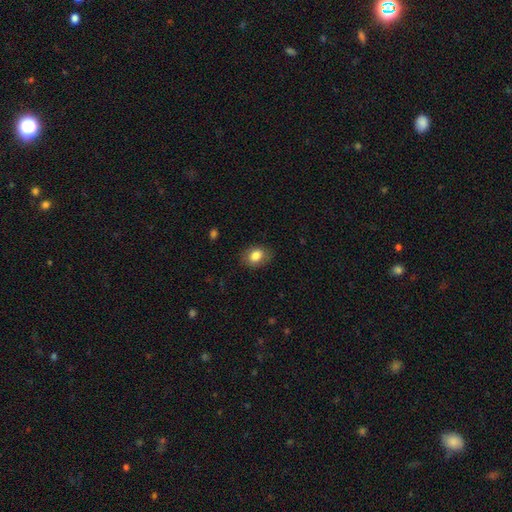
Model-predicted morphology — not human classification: Smooth or featured? smooth (83%)
How rounded? in between (58%)
Merging? none (84%)